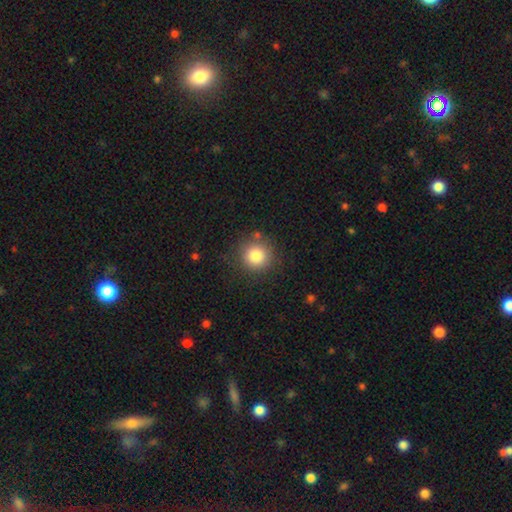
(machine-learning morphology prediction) smooth-or-featured: smooth: 83% | star or artifact: 11% | featured or disk: 7%
  how-rounded: round: 94% | in between: 5% | cigar-shaped: 1%
  merging: none: 85% | minor disturbance: 9% | major disturbance: 3% | merger: 3%